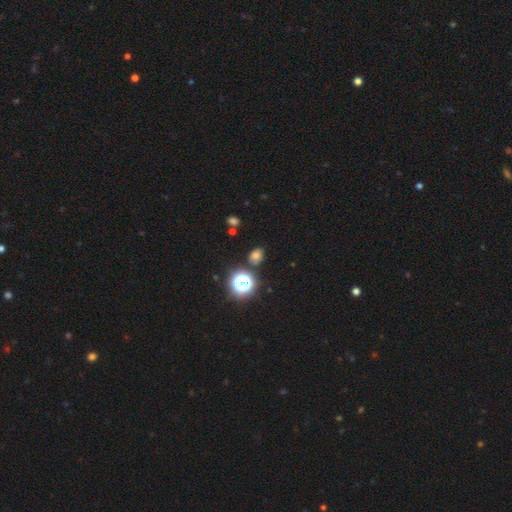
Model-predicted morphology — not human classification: smooth_or_featured: smooth (p=0.64) [alt: star or artifact p=0.27]
how_rounded: round (p=0.53) [alt: in between p=0.45]
merging: none (p=0.81) [alt: minor disturbance p=0.11]